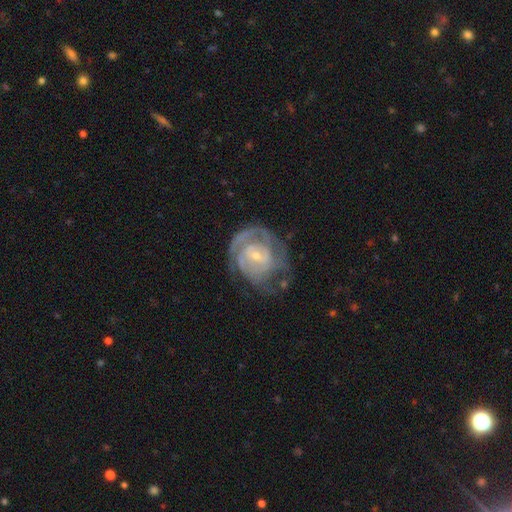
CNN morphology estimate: This is clearly a featured or disk galaxy (82%). It is clearly not viewed edge-on (97%). Bar: possibly no (52%). Spiral arm pattern: clearly yes (87%). Spiral arm count: marginally can't tell (38%). Spiral winding: likely tight (64%). Central bulge: likely small (71%). Merging: possibly none (54%).